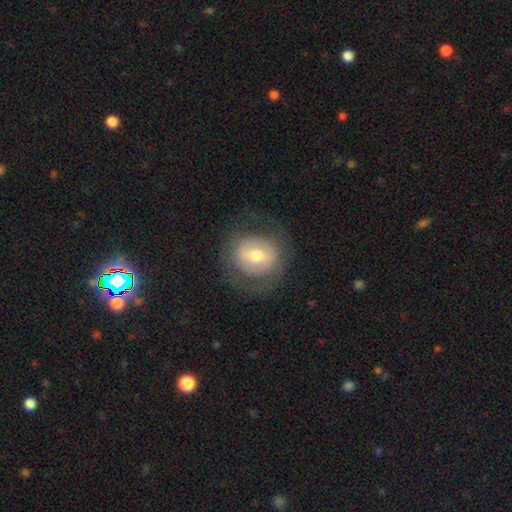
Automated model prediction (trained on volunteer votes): smooth-or-featured: smooth: 48% | featured or disk: 44% | star or artifact: 8%
  merging: none: 74% | minor disturbance: 14% | major disturbance: 11% | merger: 1%